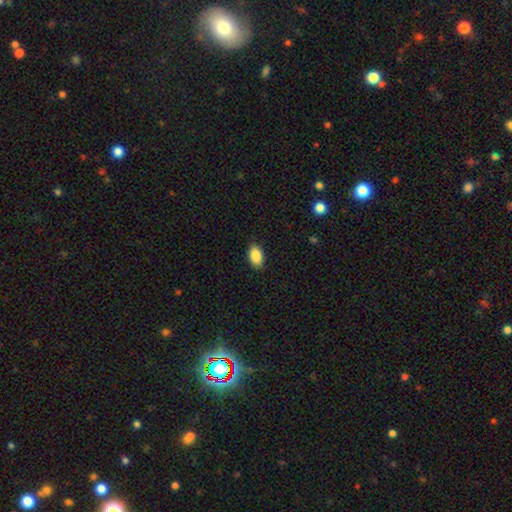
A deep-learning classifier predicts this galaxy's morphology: smooth_or_featured: smooth (p=0.88) [alt: star or artifact p=0.07]
how_rounded: in between (p=0.91) [alt: round p=0.07]
merging: none (p=0.88) [alt: minor disturbance p=0.09]